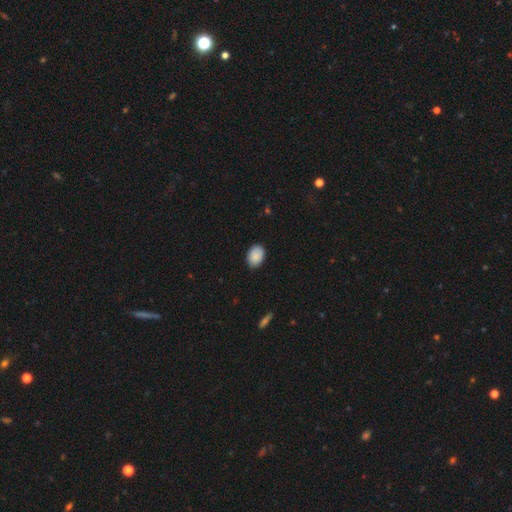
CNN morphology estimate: Smooth or featured? smooth (89%)
How rounded? in between (77%)
Merging? none (84%)